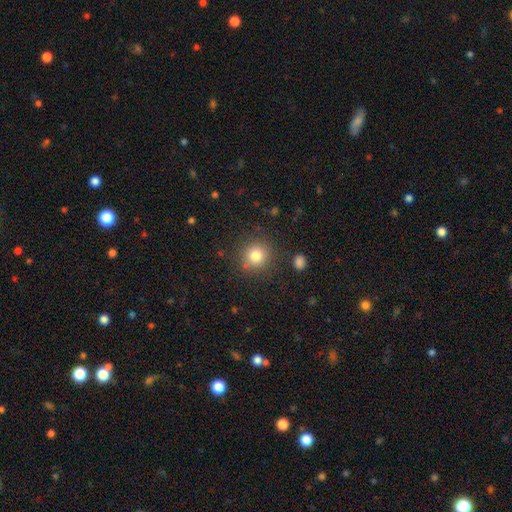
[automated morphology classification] Overall: smooth (80%). How rounded: round (92%). Merging: none (84%).